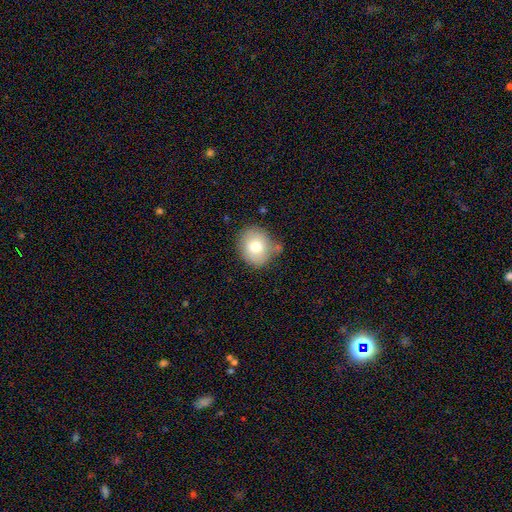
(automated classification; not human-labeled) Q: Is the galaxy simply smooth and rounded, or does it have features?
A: smooth — 61%.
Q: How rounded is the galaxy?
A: round — 81%.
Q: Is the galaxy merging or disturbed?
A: none — 82%.